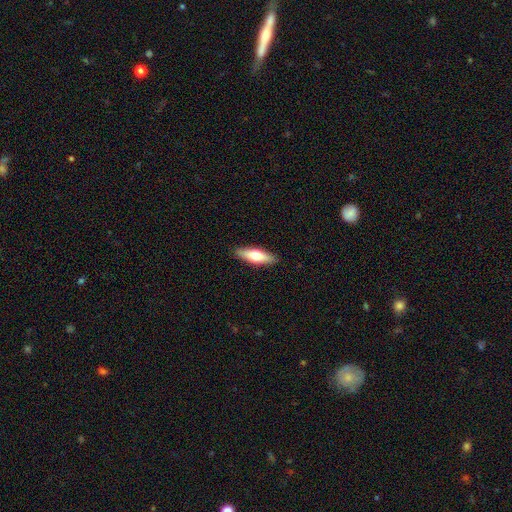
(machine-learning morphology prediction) Q: Smooth or featured?
A: smooth (64%); runner-up: featured or disk (30%)
Q: How rounded?
A: cigar-shaped (51%); runner-up: in between (47%)
Q: Merging?
A: none (89%); runner-up: minor disturbance (8%)